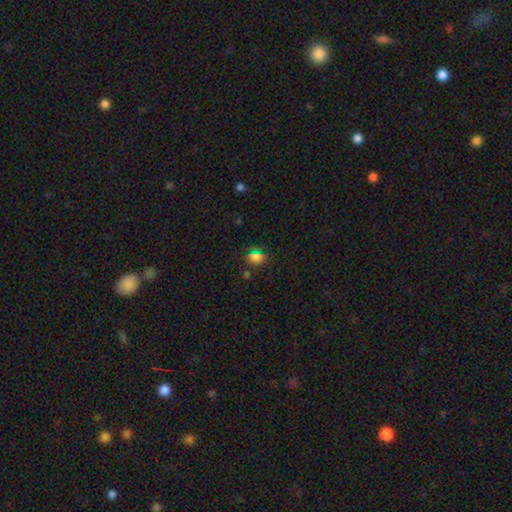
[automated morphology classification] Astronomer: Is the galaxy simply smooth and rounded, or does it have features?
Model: smooth — 65%.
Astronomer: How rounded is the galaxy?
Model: in between — 58% (runner-up: round, 39%).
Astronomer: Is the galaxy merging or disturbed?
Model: none — 77%.